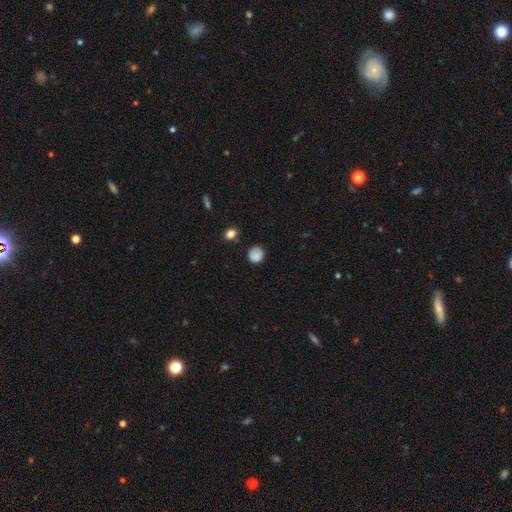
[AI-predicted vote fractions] Morphology: type=smooth (83%); roundness=round (80%); merging=none (71%).